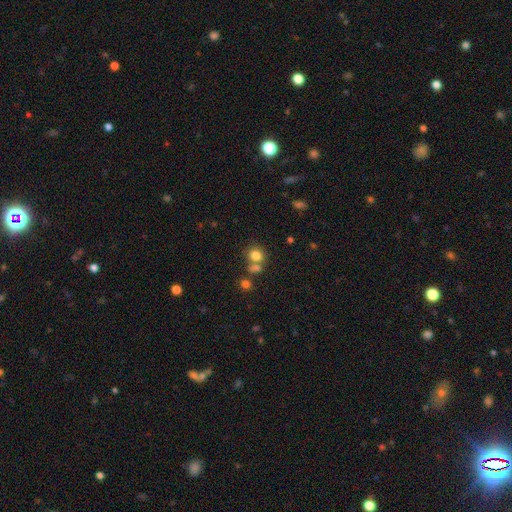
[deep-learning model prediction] Smooth or featured: smooth — 79% (star or artifact — 13%)
How rounded: round — 72% (in between — 27%)
Merging: none — 54% (merger — 30%)